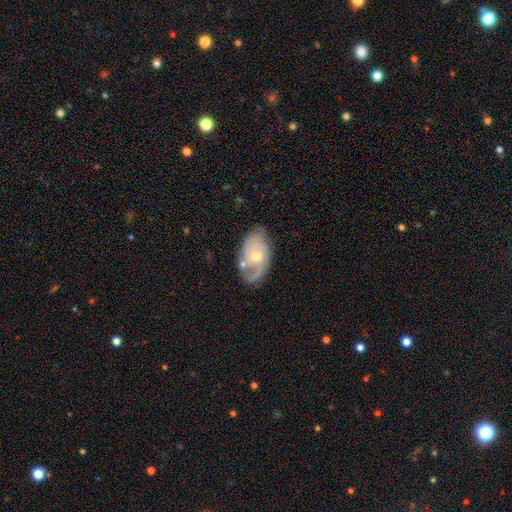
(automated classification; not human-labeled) Overall: featured or disk (73%). Edge-on disk: no (95%). Bar: no (66%; weak 30%). Spiral arms: yes (88%). Spiral arm count: 2 (54%; can't tell 19%). Spiral winding: medium (43%; tight 37%). Bulge size: moderate (49%; small 46%). Merging: none (61%; minor disturbance 23%).